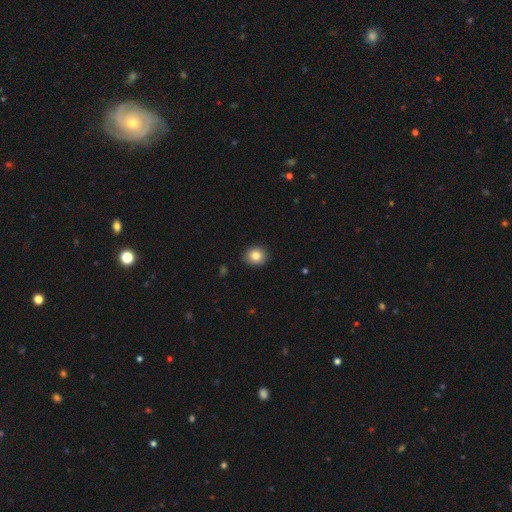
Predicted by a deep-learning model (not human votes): Smooth or featured: smooth — 84% (star or artifact — 10%)
How rounded: round — 84% (in between — 15%)
Merging: none — 90% (minor disturbance — 7%)